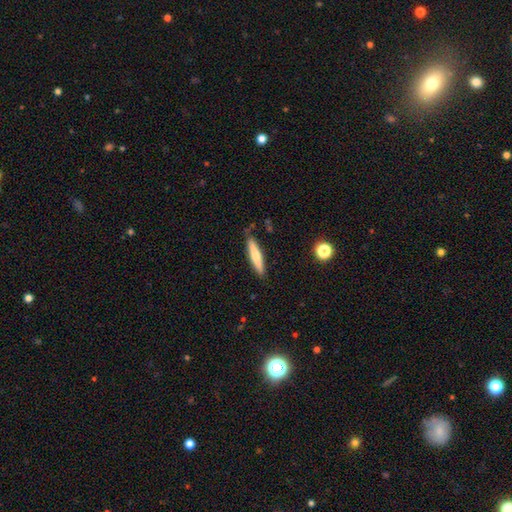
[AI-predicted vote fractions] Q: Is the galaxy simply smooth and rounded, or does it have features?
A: smooth — 61%.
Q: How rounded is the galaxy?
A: cigar-shaped — 86%.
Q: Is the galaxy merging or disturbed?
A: none — 84%.